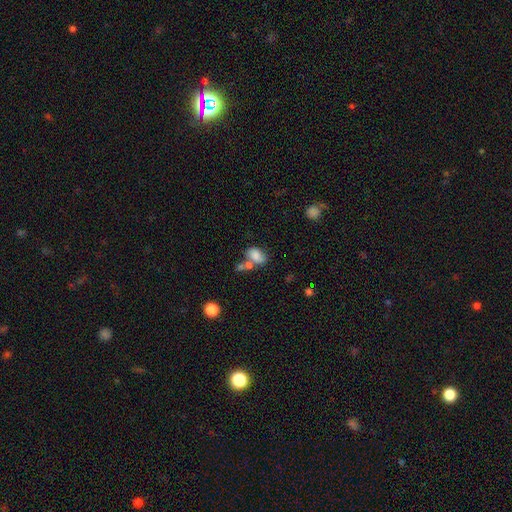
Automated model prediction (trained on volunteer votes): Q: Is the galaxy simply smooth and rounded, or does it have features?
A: smooth — 77%.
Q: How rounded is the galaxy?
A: in between — 86%.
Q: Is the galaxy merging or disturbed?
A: none — 38%.